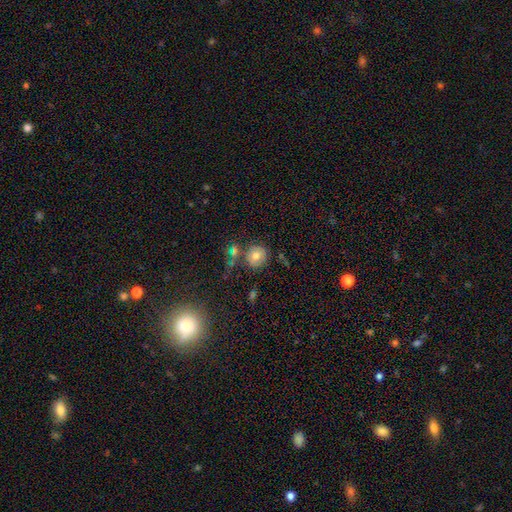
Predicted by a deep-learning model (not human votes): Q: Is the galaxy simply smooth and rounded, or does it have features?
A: smooth — 68%.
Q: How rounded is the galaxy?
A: round — 86%.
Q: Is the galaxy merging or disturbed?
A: none — 72%.